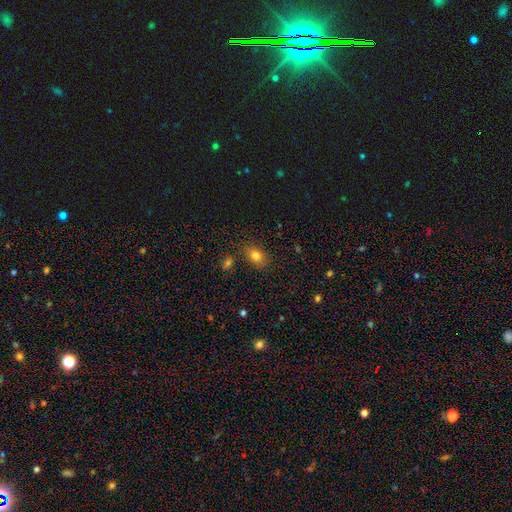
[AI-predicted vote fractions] This is likely a smooth galaxy (79%). How rounded: likely in between (75%). Merging: clearly none (81%).